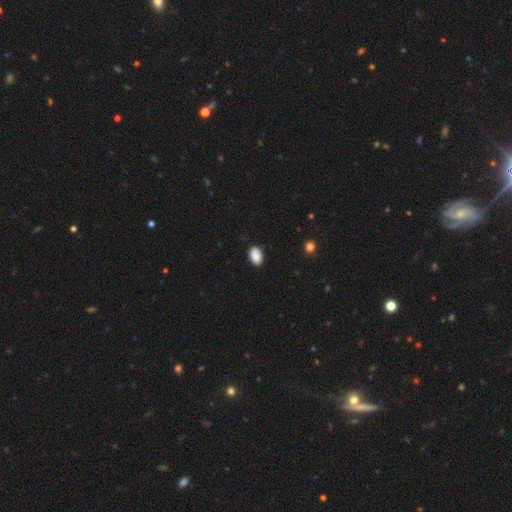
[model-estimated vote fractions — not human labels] A smooth galaxy with no disk features (88%) that is in between round and cigar-shaped (88%).

Vote fractions:
- Smooth or featured? smooth: 88% / star or artifact: 8% / featured or disk: 5%
- How rounded? in between: 88% / round: 10% / cigar-shaped: 1%
- Merging? none: 83% / minor disturbance: 14% / major disturbance: 2% / merger: 1%